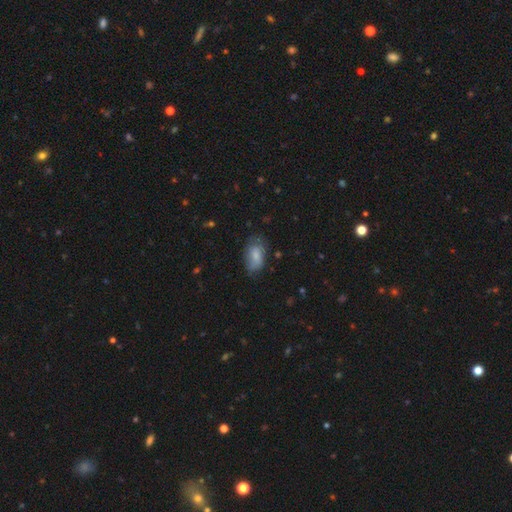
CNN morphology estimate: type=smooth (78%); roundness=in between (92%); merging=none (56%).